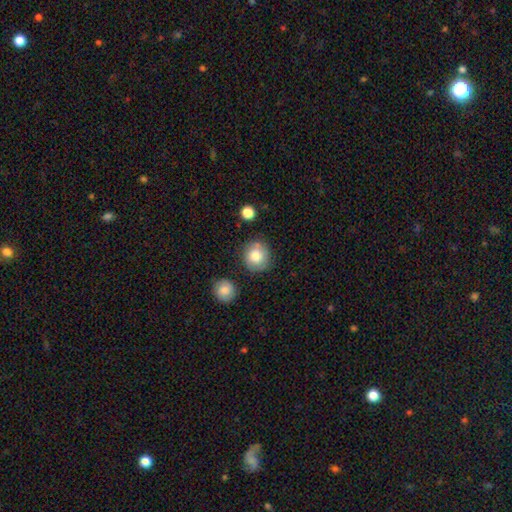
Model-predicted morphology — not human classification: Smooth or featured? smooth (78%)
How rounded? round (91%)
Merging? none (77%)